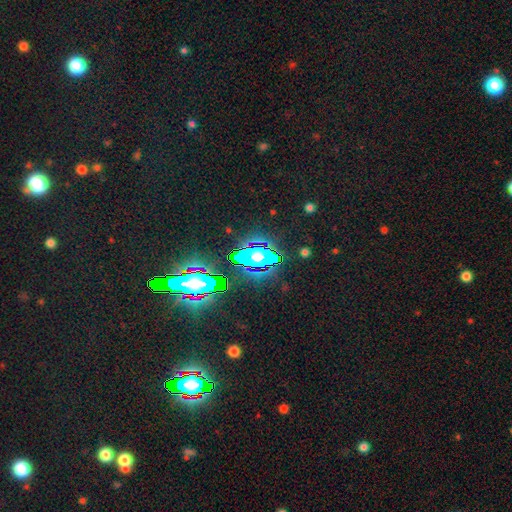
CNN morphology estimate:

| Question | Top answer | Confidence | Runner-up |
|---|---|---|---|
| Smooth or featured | star or artifact | 84% | smooth (9%) |